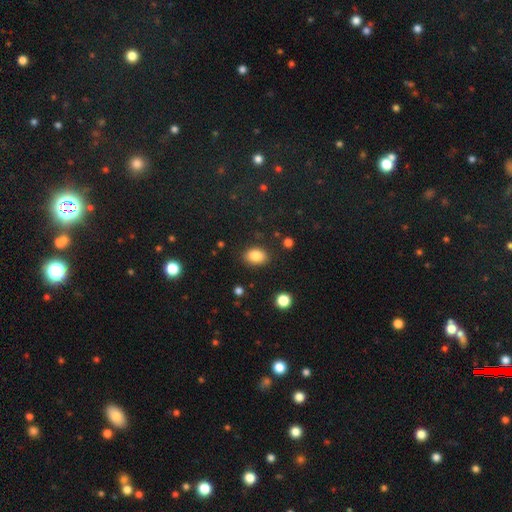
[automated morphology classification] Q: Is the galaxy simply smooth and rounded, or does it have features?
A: smooth — 85%.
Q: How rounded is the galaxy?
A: in between — 78%.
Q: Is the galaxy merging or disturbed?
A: none — 85%.